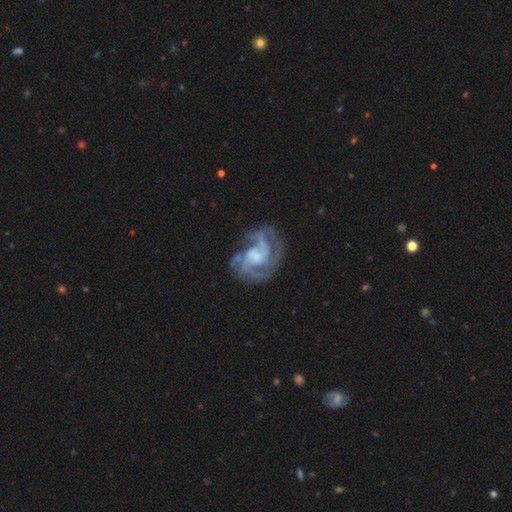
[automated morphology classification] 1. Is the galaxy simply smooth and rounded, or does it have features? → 87% featured or disk, 8% smooth, 6% star or artifact.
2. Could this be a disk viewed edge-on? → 98% no, 2% yes.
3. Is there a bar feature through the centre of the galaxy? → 53% no, 37% weak, 10% strong.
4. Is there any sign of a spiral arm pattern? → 95% yes, 5% no.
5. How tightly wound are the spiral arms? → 46% medium, 42% tight, 12% loose.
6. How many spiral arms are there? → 34% 3, 31% 2, 17% can't tell, 7% 4, 5% 1, 5% more than 4.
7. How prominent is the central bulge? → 35% moderate, 28% small, 21% none, 14% large, 2% dominant.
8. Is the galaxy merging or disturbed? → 61% none, 19% minor disturbance, 18% major disturbance, 3% merger.